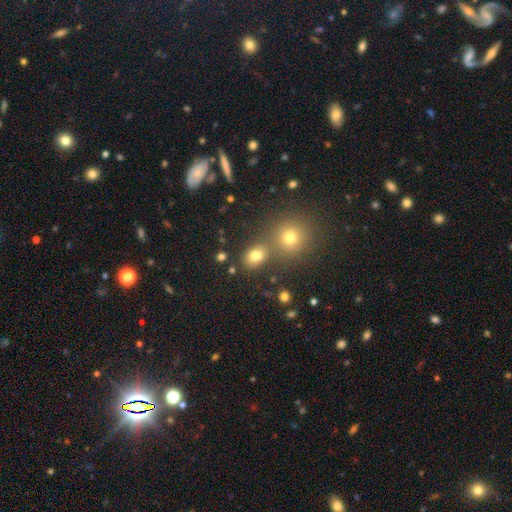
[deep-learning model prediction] This appears to be a smooth galaxy with no disk features (76%) that is round (49%, tied with in between). Merging: none (63%).